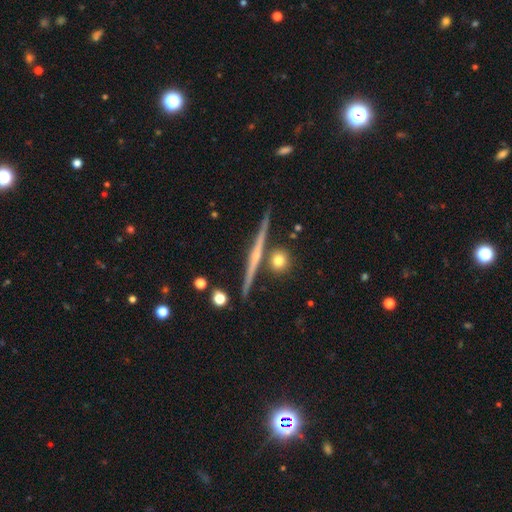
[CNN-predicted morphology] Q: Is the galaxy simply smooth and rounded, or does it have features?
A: featured or disk — 76%.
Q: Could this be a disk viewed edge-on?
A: yes — 98%.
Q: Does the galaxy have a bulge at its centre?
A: none — 46%.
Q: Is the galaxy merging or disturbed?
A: none — 85%.